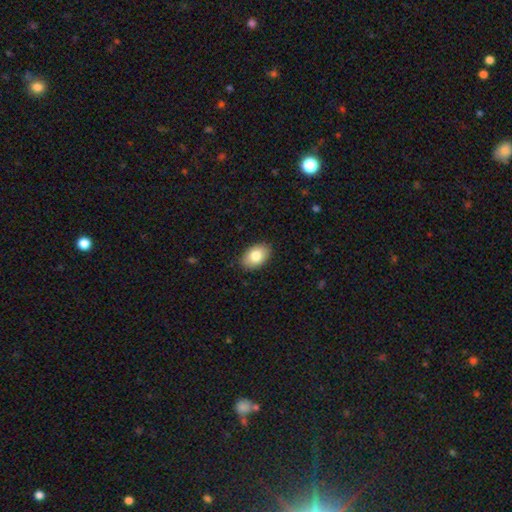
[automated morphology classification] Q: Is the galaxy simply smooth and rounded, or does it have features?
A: smooth — 81%.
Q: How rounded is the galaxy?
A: in between — 88%.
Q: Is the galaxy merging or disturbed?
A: none — 87%.